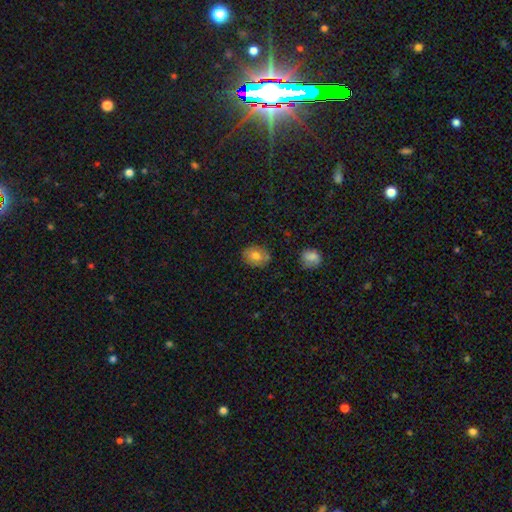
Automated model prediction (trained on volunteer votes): This appears to be a smooth galaxy with no disk features (76%) that is in between round and cigar-shaped (54%). Merging: none (79%).